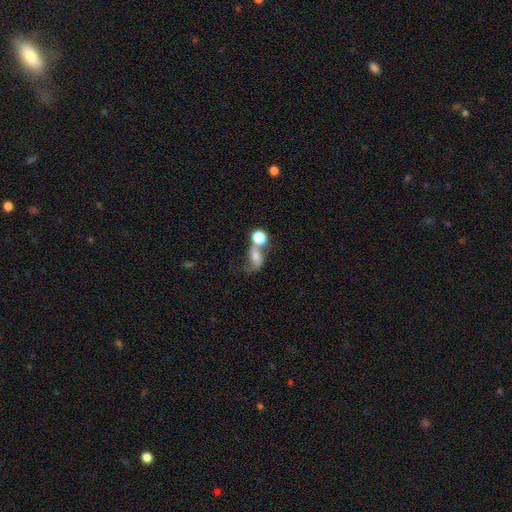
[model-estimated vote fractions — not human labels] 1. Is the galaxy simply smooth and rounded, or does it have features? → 55% smooth, 31% featured or disk, 14% star or artifact.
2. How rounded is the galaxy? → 64% in between, 32% round, 4% cigar-shaped.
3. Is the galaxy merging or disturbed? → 52% merger, 22% none, 15% major disturbance, 11% minor disturbance.